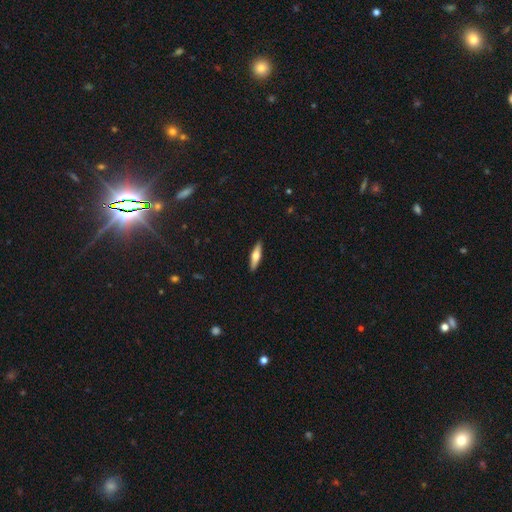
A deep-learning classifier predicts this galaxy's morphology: This appears to be a smooth galaxy with no disk features (52%) that is cigar-shaped (66%). Merging: none (90%).